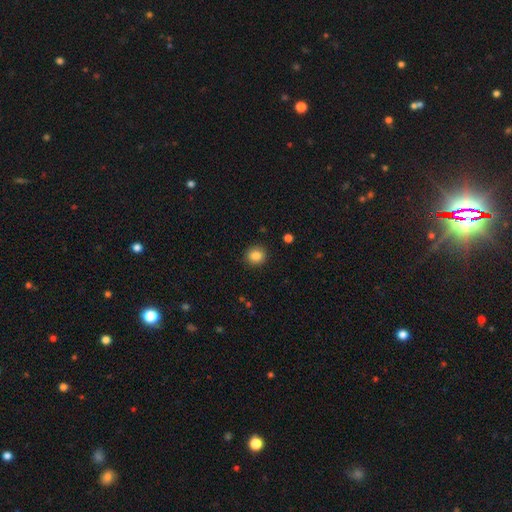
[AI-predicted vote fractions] A smooth galaxy with no disk features (85%) that is round (85%).

Vote fractions:
- Smooth or featured? smooth: 85% / star or artifact: 10% / featured or disk: 5%
- How rounded? round: 85% / in between: 14% / cigar-shaped: 1%
- Merging? none: 90% / minor disturbance: 7% / major disturbance: 2% / merger: 1%